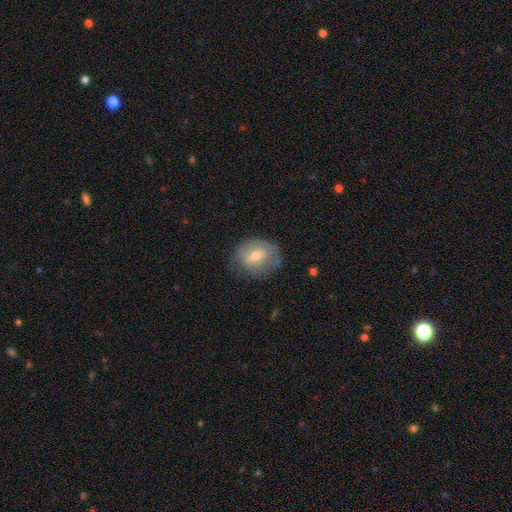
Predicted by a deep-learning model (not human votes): Smooth or featured?
  - smooth: 52% *
  - featured or disk: 39%
  - star or artifact: 8%
How rounded?
  - round: 57% *
  - in between: 42%
  - cigar-shaped: 1%
Merging?
  - none: 61% *
  - minor disturbance: 28%
  - major disturbance: 10%
  - merger: 2%